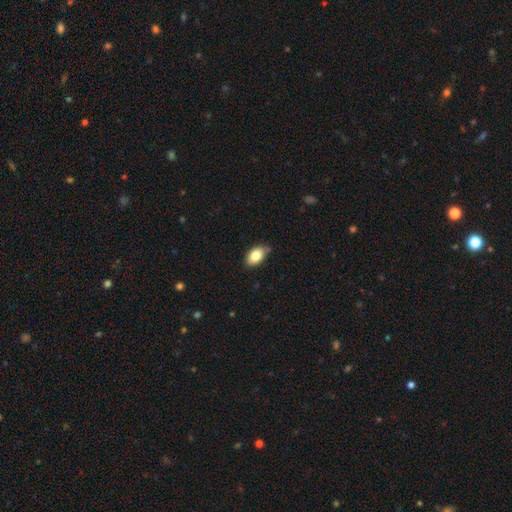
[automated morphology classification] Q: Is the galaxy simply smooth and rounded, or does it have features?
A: smooth — 82%.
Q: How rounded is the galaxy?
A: in between — 91%.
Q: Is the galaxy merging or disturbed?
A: none — 73%.